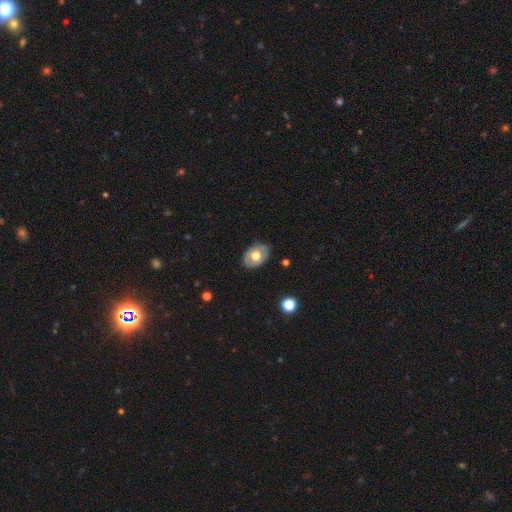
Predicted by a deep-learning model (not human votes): smooth-or-featured: smooth: 57% | featured or disk: 36% | star or artifact: 6%
  how-rounded: in between: 78% | round: 21% | cigar-shaped: 1%
  merging: none: 84% | minor disturbance: 12% | major disturbance: 3% | merger: 1%